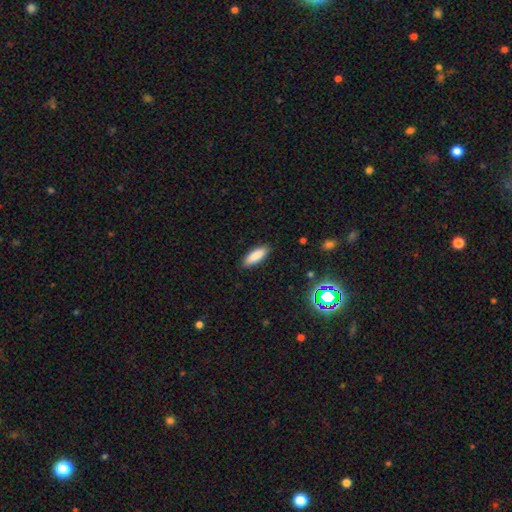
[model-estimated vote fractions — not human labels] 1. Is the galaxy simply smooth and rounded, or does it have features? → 86% smooth, 7% star or artifact, 6% featured or disk.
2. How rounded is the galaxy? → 61% in between, 37% cigar-shaped, 2% round.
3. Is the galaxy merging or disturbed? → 88% none, 9% minor disturbance, 2% major disturbance, 1% merger.